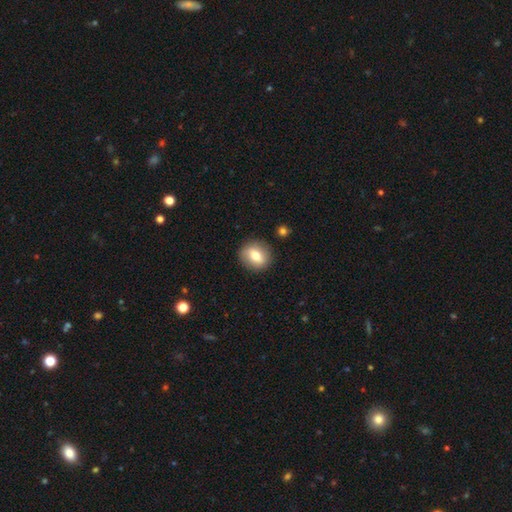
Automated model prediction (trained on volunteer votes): A smooth galaxy with no disk features (71%) that is round (69%). Merging: none (88%).